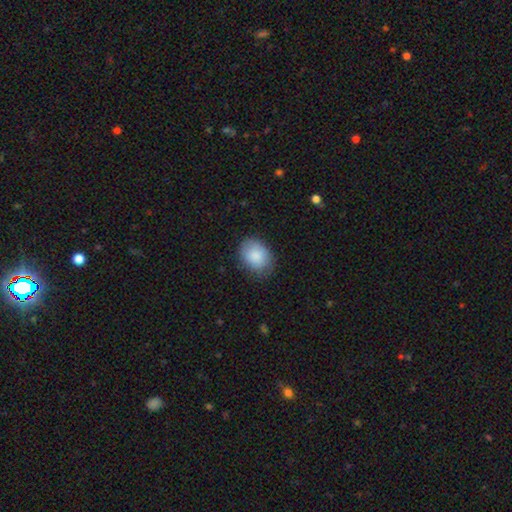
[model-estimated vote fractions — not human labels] The model was most divided on "how rounded": in between: 64%, round: 35%, cigar-shaped: 1%. More confident: smooth or featured — smooth (87%); merging — none (76%).